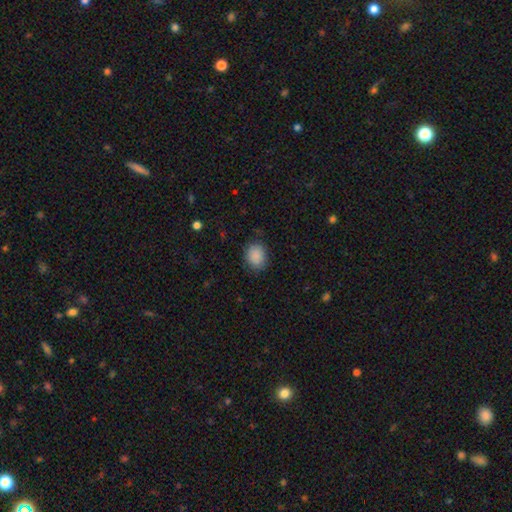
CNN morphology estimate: smooth 89%, star or artifact 8%, featured or disk 3%. Down the decision tree: how rounded — round (52%); merging — none (82%).